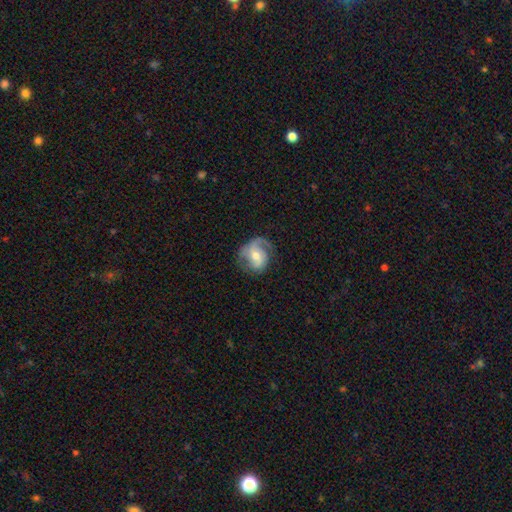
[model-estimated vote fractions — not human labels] smooth_or_featured: featured or disk (p=0.73) [alt: smooth p=0.21]
disk_edge_on: no (p=0.97) [alt: yes p=0.03]
bar: no (p=0.53) [alt: weak p=0.35]
has_spiral_arms: yes (p=0.90) [alt: no p=0.10]
spiral_winding: medium (p=0.44) [alt: tight p=0.30]
spiral_arm_count: 2 (p=0.57) [alt: 1 p=0.24]
bulge_size: moderate (p=0.64) [alt: small p=0.29]
merging: none (p=0.63) [alt: minor disturbance p=0.22]